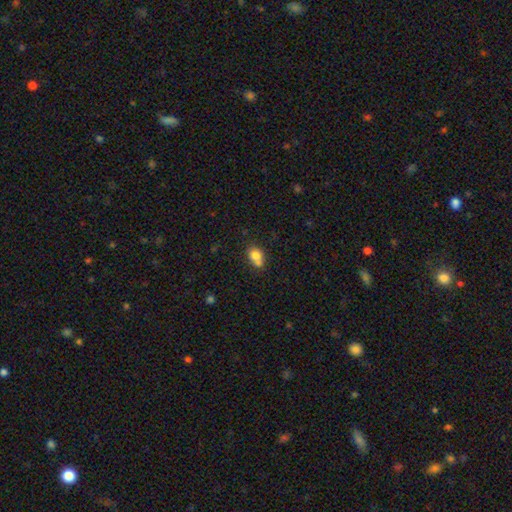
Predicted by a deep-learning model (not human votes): Smooth or featured? Predicted: smooth (p=0.77). How rounded? Predicted: in between (p=0.52). Merging? Predicted: none (p=0.41).